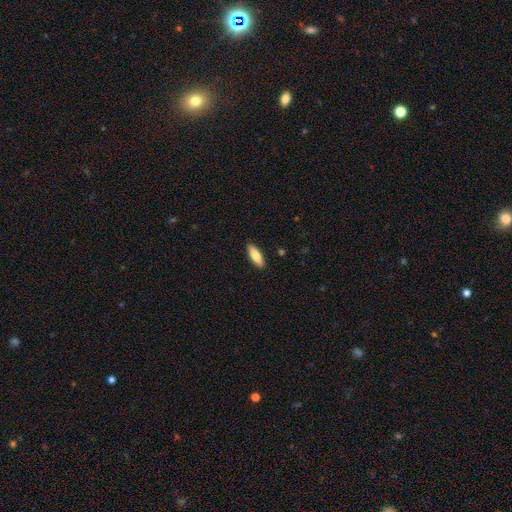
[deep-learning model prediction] Overall: smooth (79%). How rounded: in between (62%; cigar-shaped 36%). Merging: none (90%).